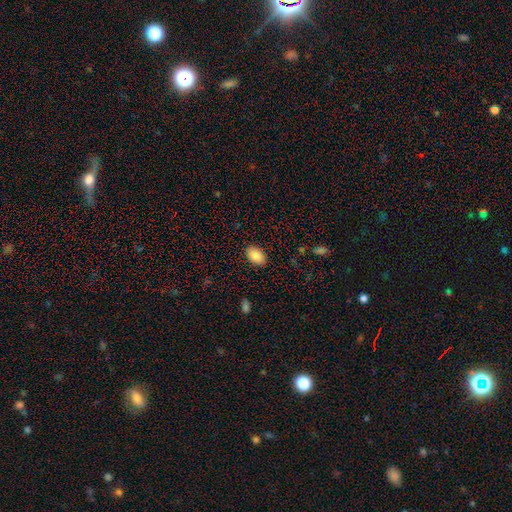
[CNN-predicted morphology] Smooth or featured: smooth — 89% (star or artifact — 7%)
How rounded: in between — 90% (round — 9%)
Merging: none — 88% (minor disturbance — 9%)